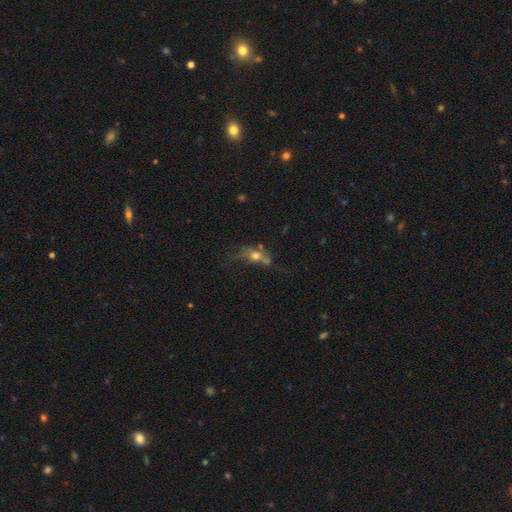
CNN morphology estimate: type=featured or disk (43%); merging=none (33%).